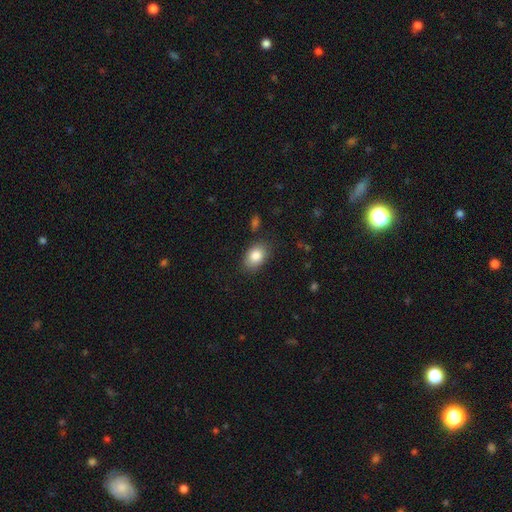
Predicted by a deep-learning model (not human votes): Morphology: type=smooth (85%); roundness=in between (83%); merging=none (81%).